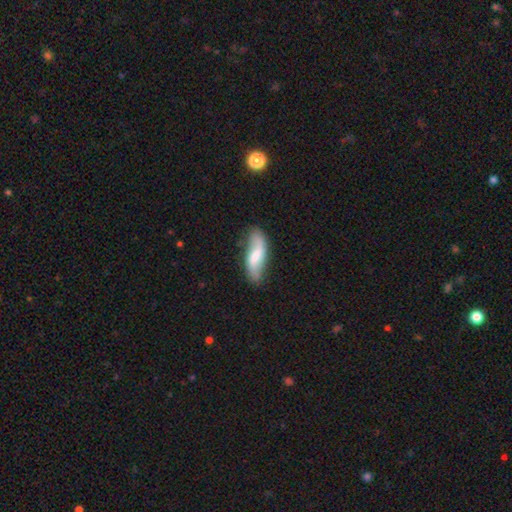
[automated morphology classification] The model was most divided on "smooth or featured": featured or disk: 50%, smooth: 44%, star or artifact: 6%. More confident: merging — none (72%).